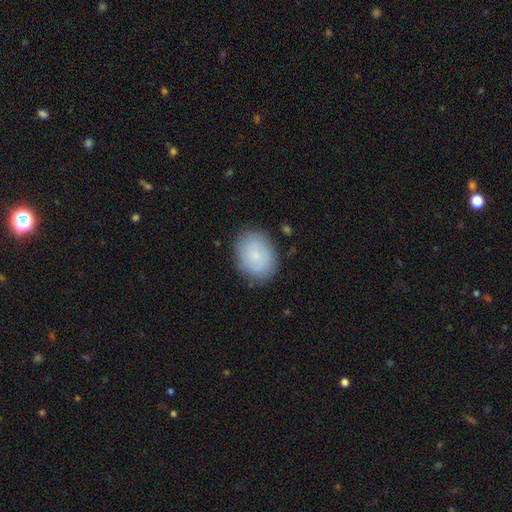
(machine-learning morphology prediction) Q: Smooth or featured?
A: smooth (72%); runner-up: featured or disk (20%)
Q: How rounded?
A: in between (58%); runner-up: round (42%)
Q: Merging?
A: none (83%); runner-up: minor disturbance (13%)